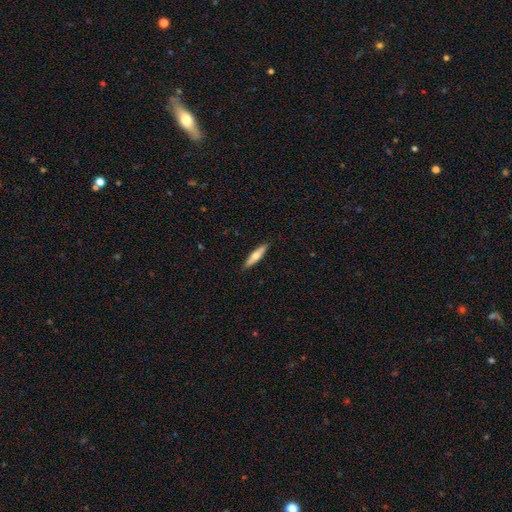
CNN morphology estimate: Smooth or featured: smooth — 55% (featured or disk — 39%)
How rounded: cigar-shaped — 80% (in between — 18%)
Merging: none — 89% (minor disturbance — 8%)